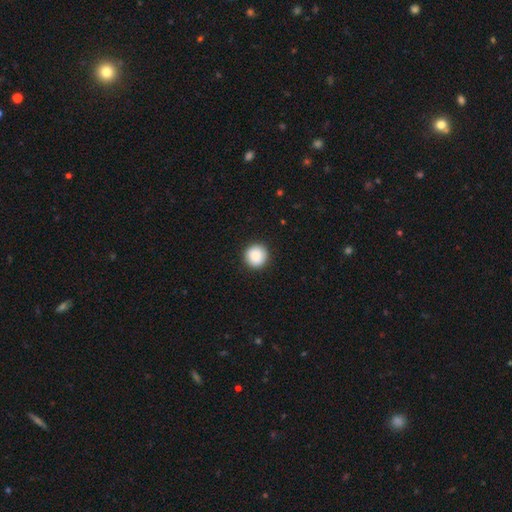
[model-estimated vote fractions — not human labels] smooth 89%, star or artifact 8%, featured or disk 4%. Down the decision tree: how rounded — round (95%); merging — none (93%).